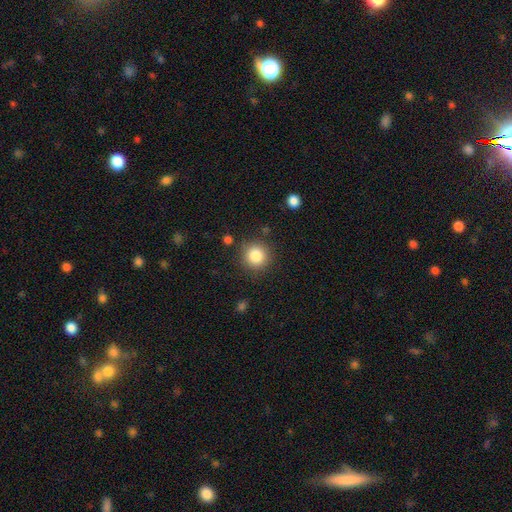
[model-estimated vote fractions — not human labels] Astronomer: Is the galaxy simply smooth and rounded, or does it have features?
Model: smooth — 84%.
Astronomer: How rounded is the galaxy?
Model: round — 94%.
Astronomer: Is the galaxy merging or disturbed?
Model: none — 87%.